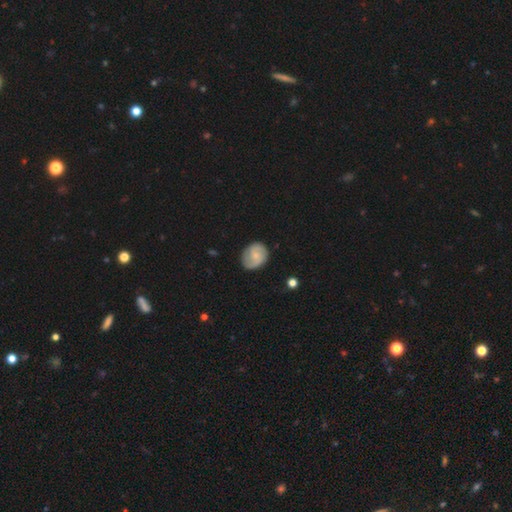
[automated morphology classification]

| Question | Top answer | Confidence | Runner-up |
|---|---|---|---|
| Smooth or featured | featured or disk | 59% | smooth (34%) |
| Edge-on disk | no | 98% | yes (2%) |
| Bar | no | 64% | weak (32%) |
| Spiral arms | yes | 91% | no (9%) |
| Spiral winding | medium | 43% | tight (37%) |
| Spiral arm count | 2 | 73% | can't tell (13%) |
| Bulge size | small | 65% | moderate (25%) |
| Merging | none | 74% | minor disturbance (19%) |